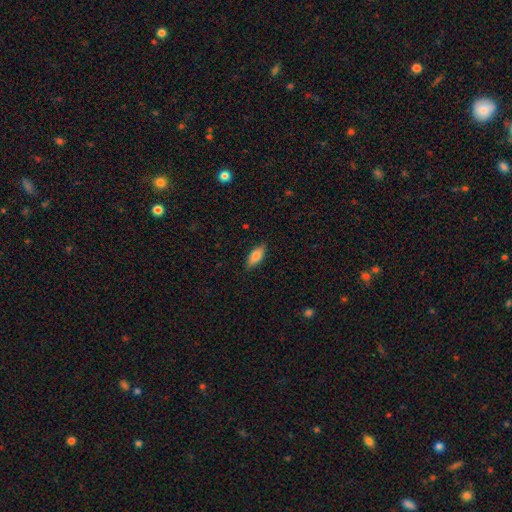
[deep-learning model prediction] This is likely a smooth galaxy (79%). How rounded: likely in between (79%). Merging: clearly none (85%).